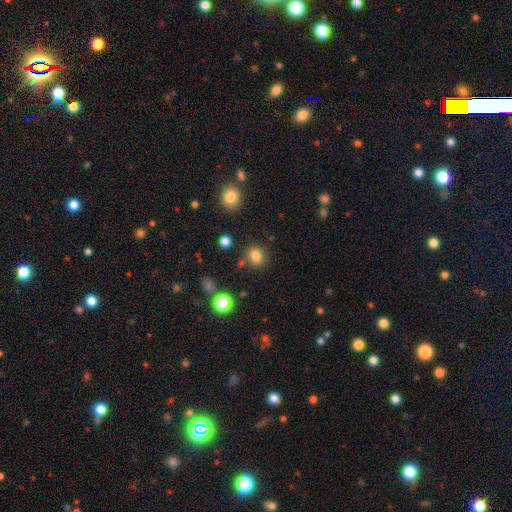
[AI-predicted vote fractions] Q: Smooth or featured?
A: smooth (81%); runner-up: star or artifact (13%)
Q: How rounded?
A: round (68%); runner-up: in between (31%)
Q: Merging?
A: none (78%); runner-up: minor disturbance (12%)